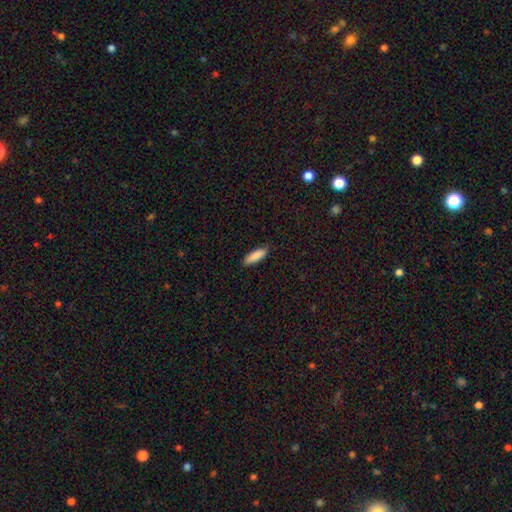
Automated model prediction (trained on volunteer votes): Morphology: type=smooth (88%); roundness=cigar-shaped (52%); merging=none (86%).